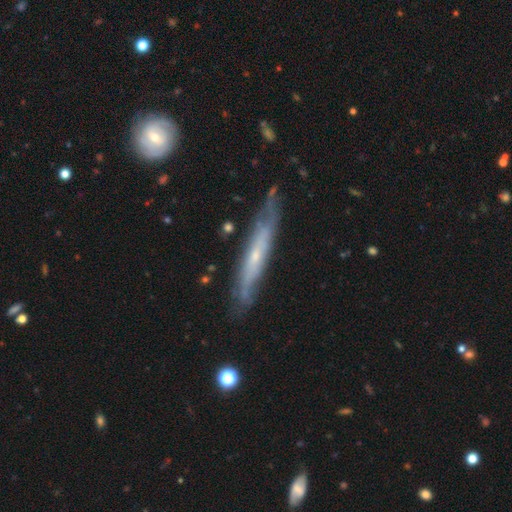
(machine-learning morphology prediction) A featured or disk galaxy (69%) viewed edge-on (67%).

Vote fractions:
- Smooth or featured? featured or disk: 69% / smooth: 26% / star or artifact: 6%
- Edge-on disk? yes: 67% / no: 33%
- Merging? none: 71% / minor disturbance: 22% / major disturbance: 5% / merger: 2%